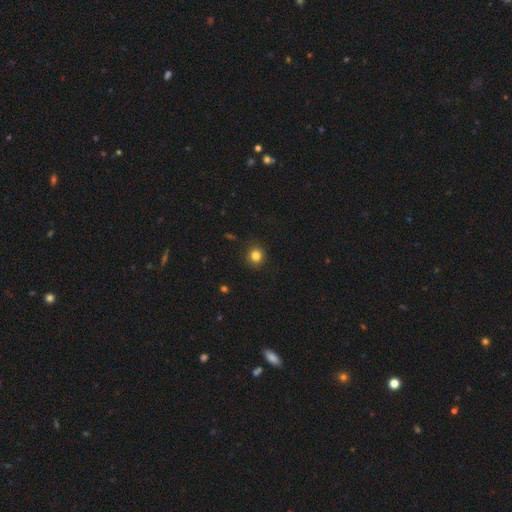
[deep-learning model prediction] Smooth or featured: smooth — 83% (star or artifact — 12%)
How rounded: round — 89% (in between — 10%)
Merging: none — 90% (minor disturbance — 7%)